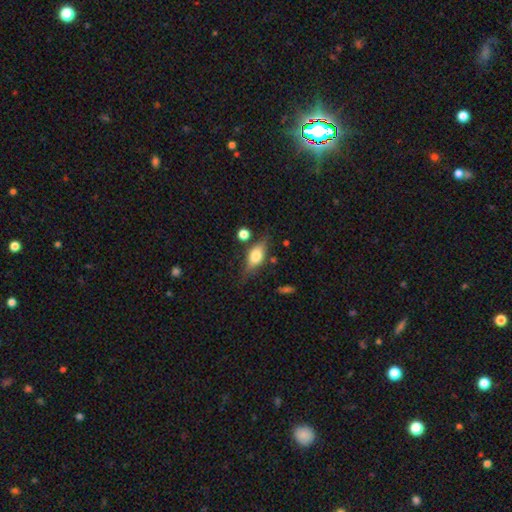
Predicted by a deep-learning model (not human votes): Smooth or featured? Predicted: smooth (p=0.52). How rounded? Predicted: in between (p=0.71). Merging? Predicted: none (p=0.70).